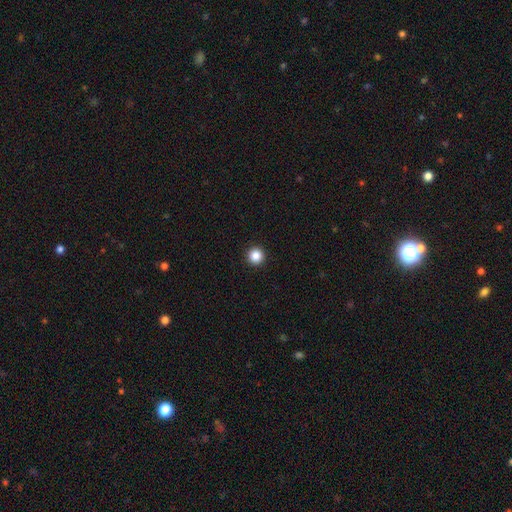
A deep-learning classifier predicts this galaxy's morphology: smooth 86%, star or artifact 11%, featured or disk 3%. Down the decision tree: how rounded — round (96%); merging — none (94%).